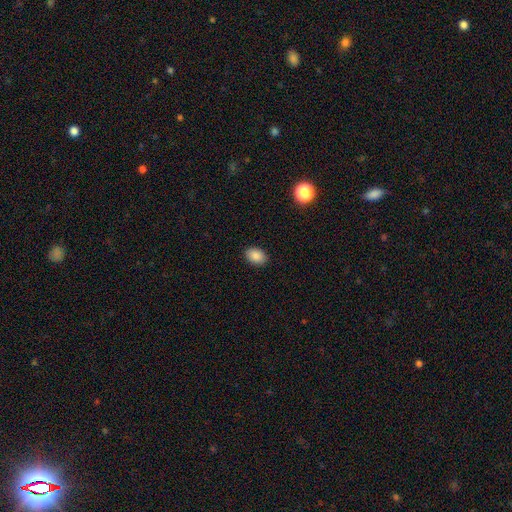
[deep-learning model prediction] A smooth galaxy with no disk features (87%) that is in between round and cigar-shaped (80%). Merging: none (90%).